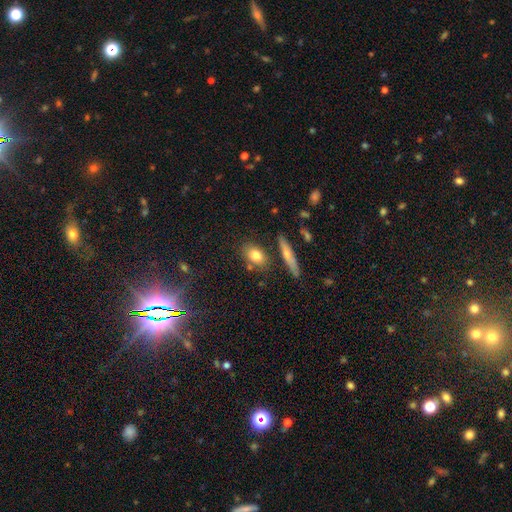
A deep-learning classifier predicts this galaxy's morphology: This appears to be a smooth galaxy with no disk features (77%) that is in between round and cigar-shaped (70%). Merging: none (76%).